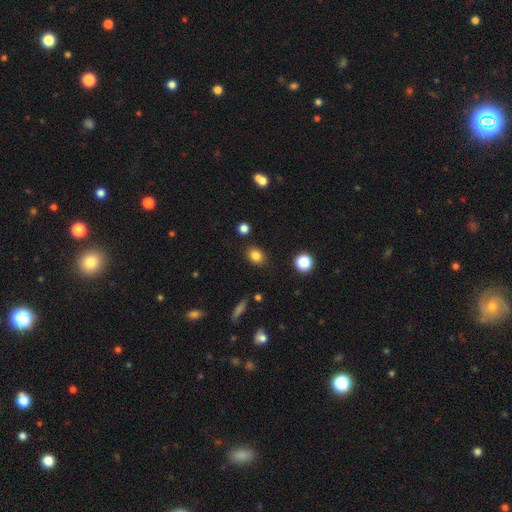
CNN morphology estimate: The model was most divided on "how rounded": in between: 57%, round: 42%, cigar-shaped: 1%. More confident: merging — none (86%); smooth or featured — smooth (83%).